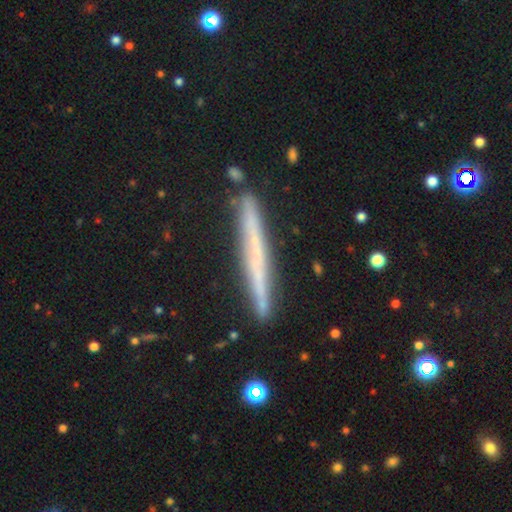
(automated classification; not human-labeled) Smooth or featured: featured or disk — 50% (smooth — 40%)
Edge-on disk: yes — 96% (no — 4%)
Merging: none — 89% (minor disturbance — 8%)